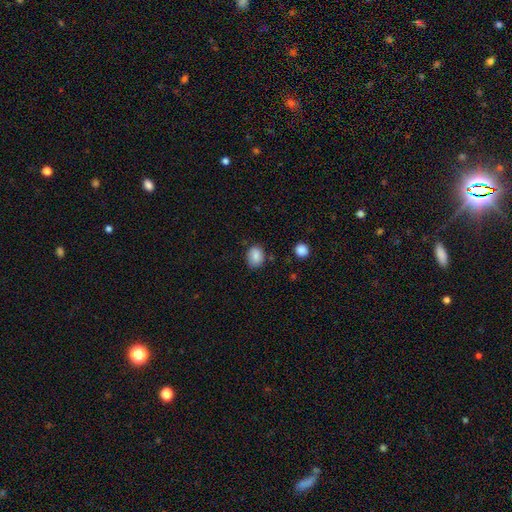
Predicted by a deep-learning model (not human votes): Q: Smooth or featured?
A: smooth (85%); runner-up: star or artifact (9%)
Q: How rounded?
A: in between (53%); runner-up: round (46%)
Q: Merging?
A: none (76%); runner-up: minor disturbance (18%)